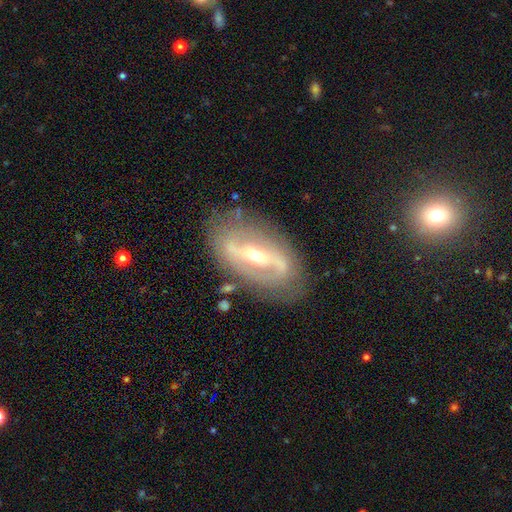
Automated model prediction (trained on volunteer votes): The model was most divided on "spiral winding": medium: 39%, tight: 32%, loose: 29%. More confident: edge-on disk — no (91%); smooth or featured — featured or disk (82%); merging — none (77%); spiral arm count — 2 (77%); spiral arms — yes (74%); bulge size — moderate (57%); bar — strong (56%).